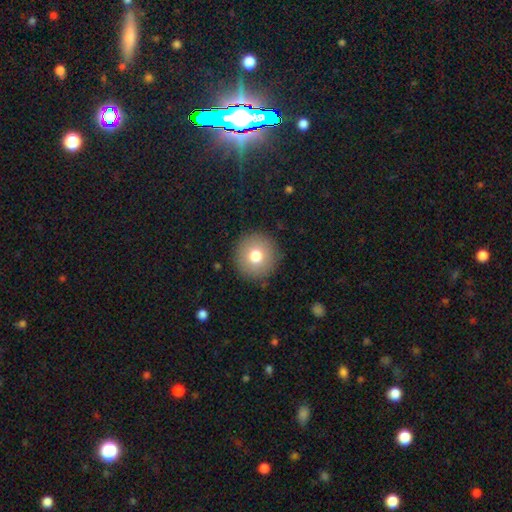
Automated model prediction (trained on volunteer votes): This is likely a smooth galaxy (76%). How rounded: clearly round (95%). Merging: clearly none (90%).